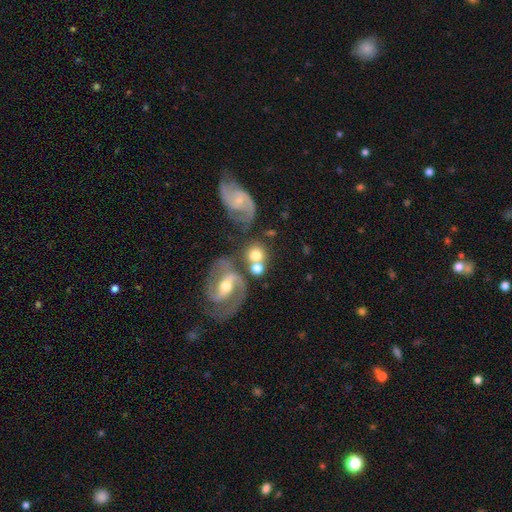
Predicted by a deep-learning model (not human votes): A smooth galaxy with no disk features (57%) that is round (78%). Merging: none (46%).